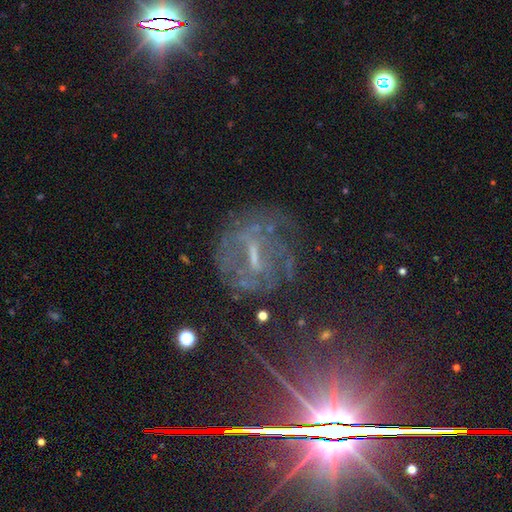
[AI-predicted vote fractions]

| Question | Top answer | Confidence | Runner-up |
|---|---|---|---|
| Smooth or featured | featured or disk | 56% | star or artifact (33%) |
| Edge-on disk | no | 90% | yes (10%) |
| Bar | strong | 49% | weak (36%) |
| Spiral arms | yes | 72% | no (28%) |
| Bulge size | small | 51% | none (24%) |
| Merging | none | 63% | major disturbance (17%) |